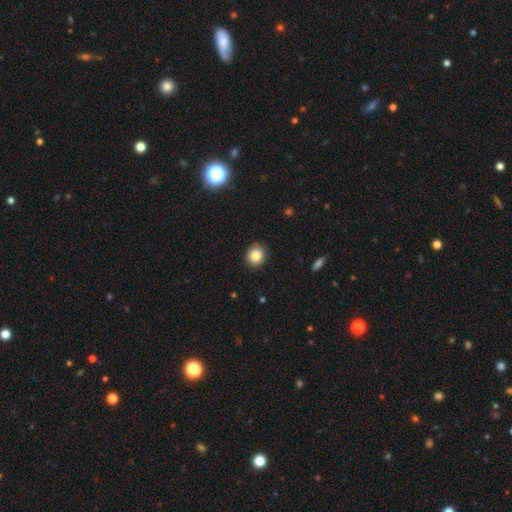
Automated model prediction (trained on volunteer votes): Smooth or featured? smooth (84%)
How rounded? round (83%)
Merging? none (89%)